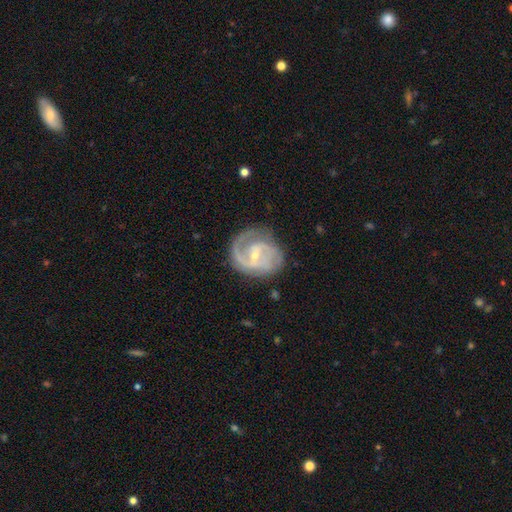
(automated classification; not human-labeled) This appears to be a featured or disk galaxy (87%) with a weak bar (50%), 2 (63%) medium (49%) spiral arms (96%) and a small central bulge (68%). Merging: none (68%).